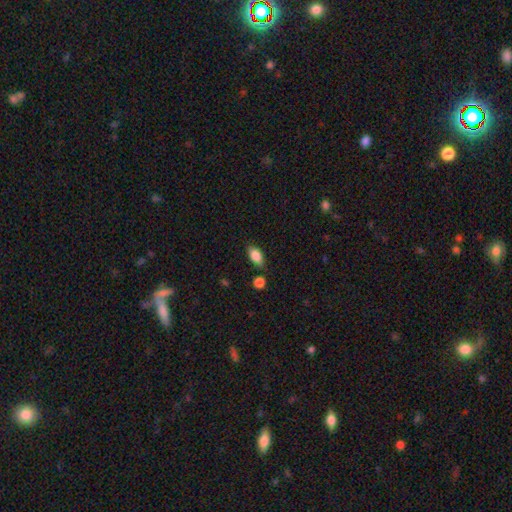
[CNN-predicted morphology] smooth_or_featured: smooth (p=0.84) [alt: featured or disk p=0.08]
how_rounded: in between (p=0.89) [alt: round p=0.06]
merging: none (p=0.79) [alt: minor disturbance p=0.14]